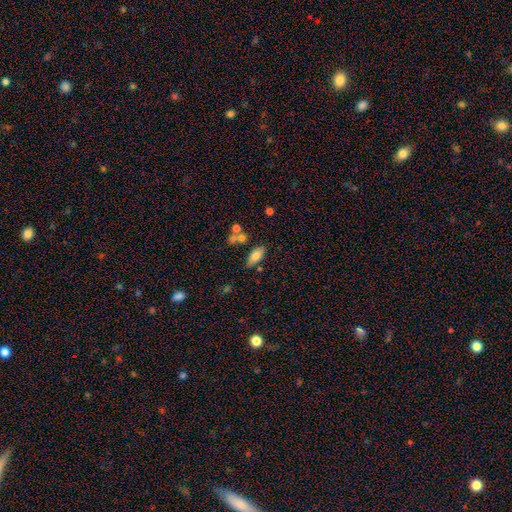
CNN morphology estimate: This is likely a smooth galaxy (74%). How rounded: clearly in between (82%). Merging: likely none (65%).